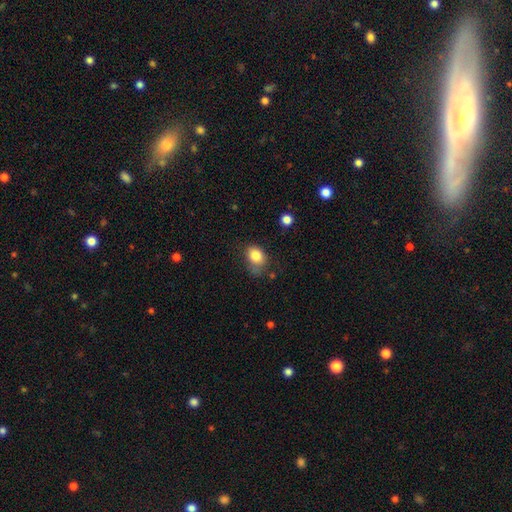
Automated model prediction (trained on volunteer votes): This is clearly a smooth galaxy (82%). How rounded: likely in between (63%). Merging: possibly none (49%).